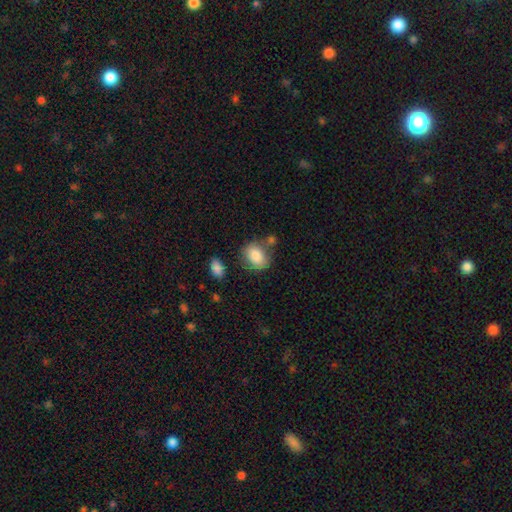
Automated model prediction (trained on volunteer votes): smooth_or_featured: smooth (p=0.84) [alt: featured or disk p=0.09]
how_rounded: in between (p=0.68) [alt: round p=0.30]
merging: none (p=0.62) [alt: minor disturbance p=0.20]